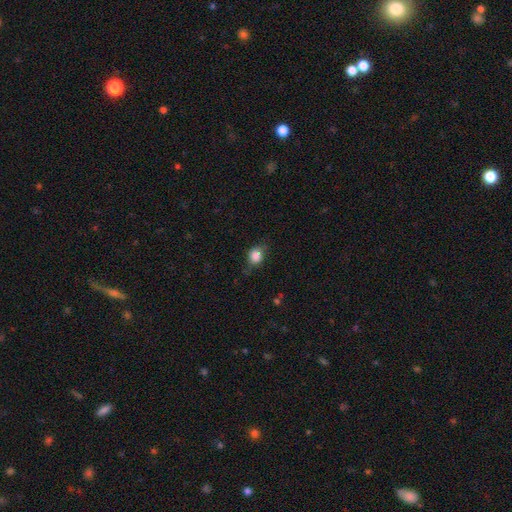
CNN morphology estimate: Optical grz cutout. It shows a smooth galaxy with no disk features (82%) that is round (58%). Merging: none (63%).